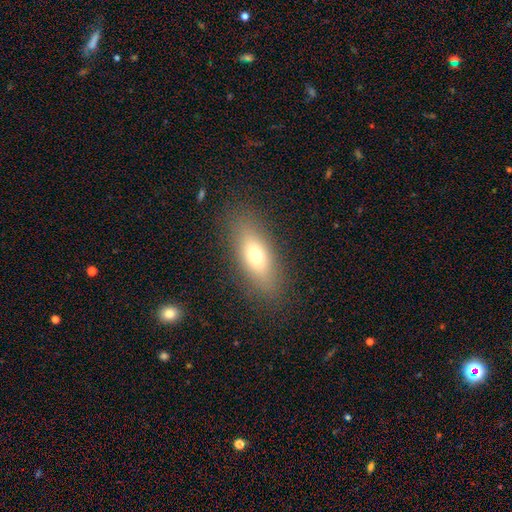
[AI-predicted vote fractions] A smooth galaxy with no disk features (67%) that is in between round and cigar-shaped (65%).

Vote fractions:
- Smooth or featured? smooth: 67% / featured or disk: 23% / star or artifact: 9%
- How rounded? in between: 65% / cigar-shaped: 31% / round: 4%
- Merging? none: 86% / minor disturbance: 9% / major disturbance: 3% / merger: 1%